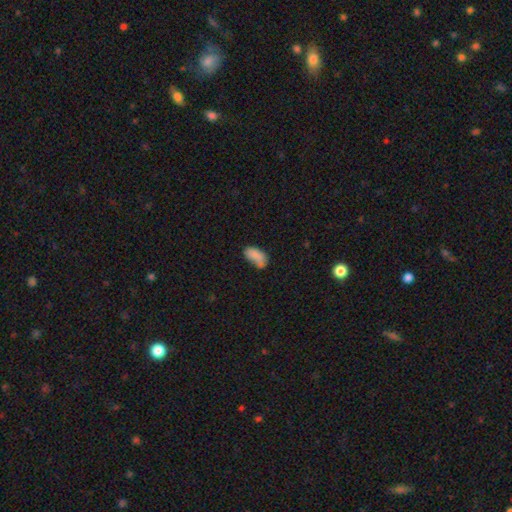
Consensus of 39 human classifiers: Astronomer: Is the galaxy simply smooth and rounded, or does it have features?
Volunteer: smooth — 85%.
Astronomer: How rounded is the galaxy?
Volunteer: in between — 91%.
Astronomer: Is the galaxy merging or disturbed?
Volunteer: none — 58%.